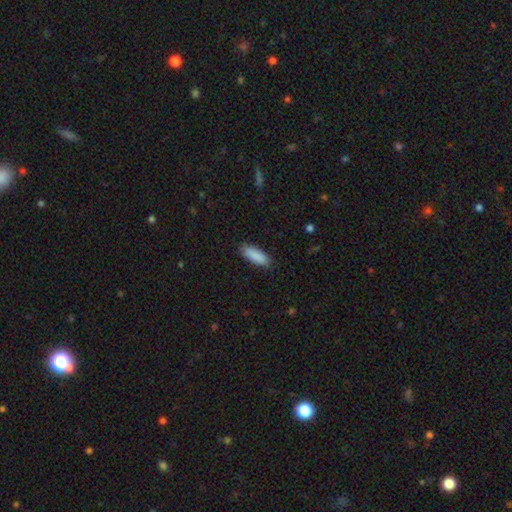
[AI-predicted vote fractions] Smooth or featured: smooth — 90% (star or artifact — 6%)
How rounded: in between — 65% (cigar-shaped — 34%)
Merging: none — 86% (minor disturbance — 11%)